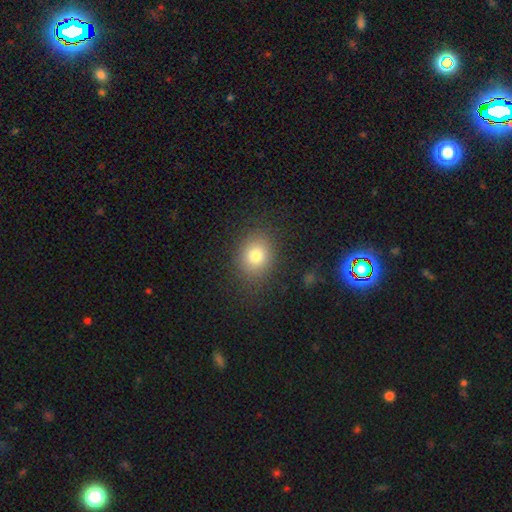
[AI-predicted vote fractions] A smooth galaxy with no disk features (78%) that is round (61%). Merging: none (85%).